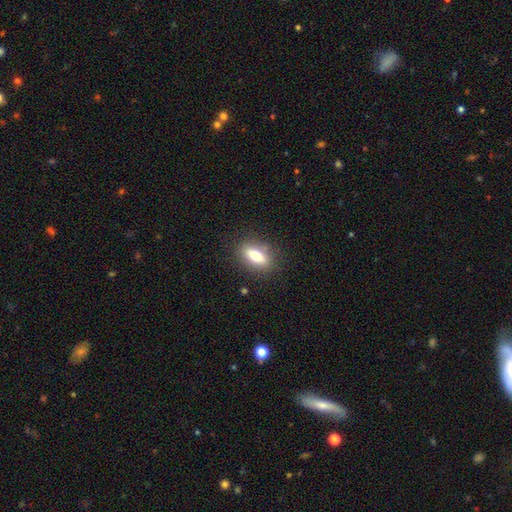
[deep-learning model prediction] This is likely a smooth galaxy (69%). How rounded: likely in between (73%). Merging: clearly none (85%).